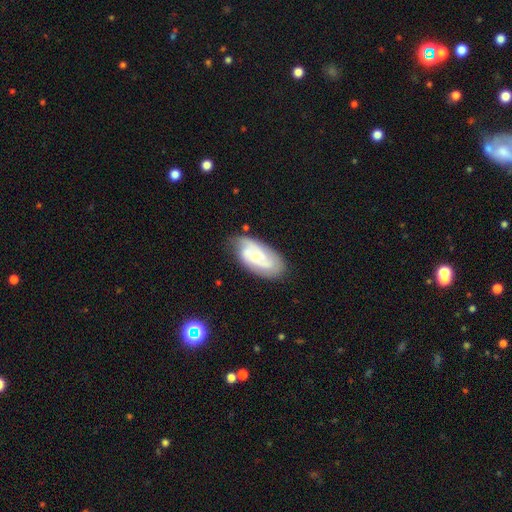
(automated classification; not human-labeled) featured or disk 69%, smooth 24%, star or artifact 7%. Down the decision tree: edge-on disk — no (95%); bar — no (54%); spiral arms — yes (89%); spiral arm count — 2 (47%); spiral winding — tight (47%); bulge size — small (60%); merging — none (69%).